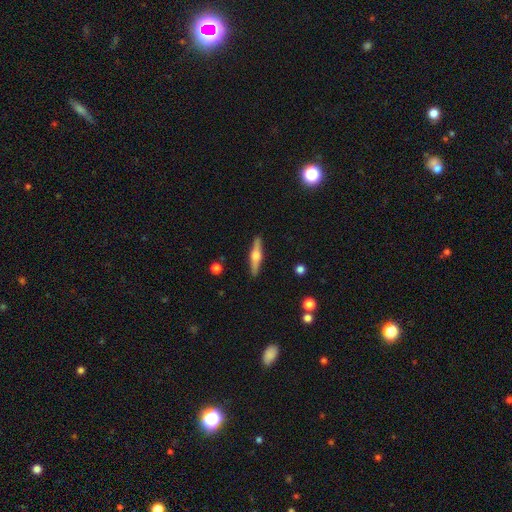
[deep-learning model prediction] Overall: featured or disk (66%; smooth 28%). Edge-on disk: yes (97%). Edge-on bulge: rounded (90%). Merging: none (90%).